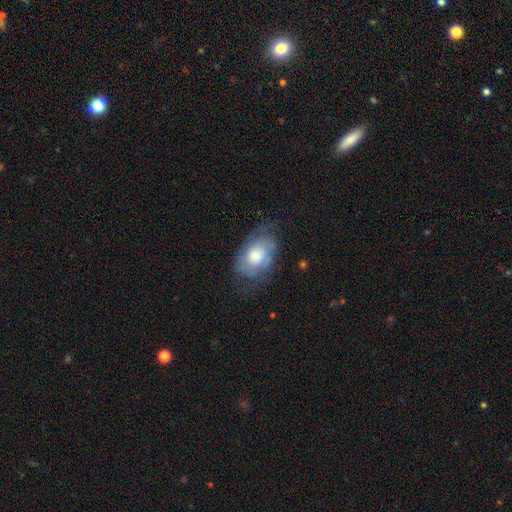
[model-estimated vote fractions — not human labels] A featured or disk galaxy (51%).

Vote fractions:
- Smooth or featured? featured or disk: 51% / smooth: 41% / star or artifact: 8%
- Edge-on disk? no: 94% / yes: 6%
- Merging? none: 59% / minor disturbance: 26% / major disturbance: 14% / merger: 1%